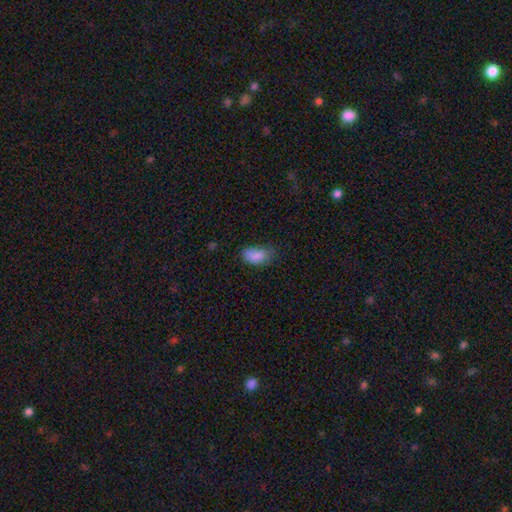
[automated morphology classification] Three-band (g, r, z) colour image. It shows a smooth galaxy with no disk features (86%) that is in between round and cigar-shaped (93%). Merging: none (50%).